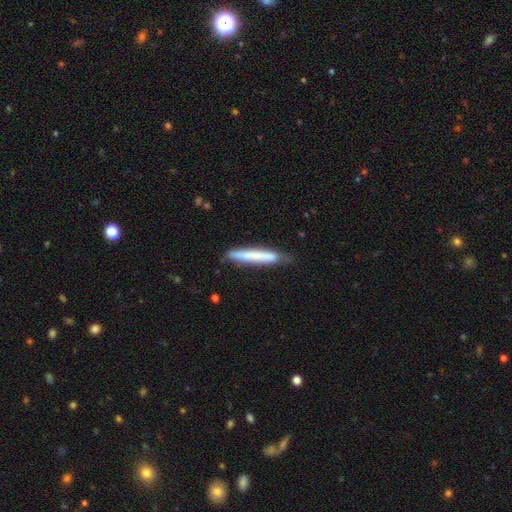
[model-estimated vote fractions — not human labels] smooth_or_featured: smooth (p=0.64) [alt: featured or disk p=0.30]
how_rounded: cigar-shaped (p=0.95) [alt: in between p=0.04]
merging: none (p=0.76) [alt: minor disturbance p=0.19]